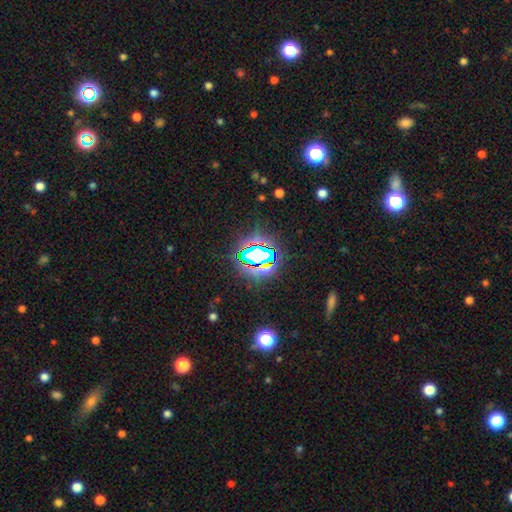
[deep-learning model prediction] Smooth or featured: star or artifact — 71% (smooth — 17%)